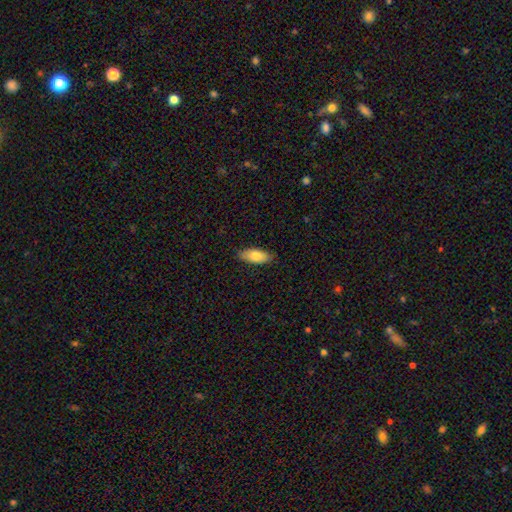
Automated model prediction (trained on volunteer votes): A smooth galaxy with no disk features (81%) that is in between round and cigar-shaped (81%).

Vote fractions:
- Smooth or featured? smooth: 81% / featured or disk: 13% / star or artifact: 6%
- How rounded? in between: 81% / cigar-shaped: 17% / round: 2%
- Merging? none: 86% / minor disturbance: 11% / major disturbance: 2% / merger: 1%